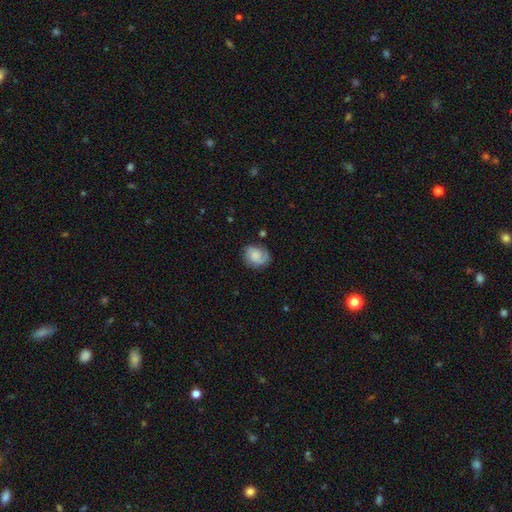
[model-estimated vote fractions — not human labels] A featured or disk galaxy (53%) with no bar (68%), spiral arms (90%) and no central bulge (37%).

Vote fractions:
- Smooth or featured? featured or disk: 53% / smooth: 39% / star or artifact: 8%
- Edge-on disk? no: 98% / yes: 2%
- Bar? no: 68% / weak: 28% / strong: 4%
- Spiral arms? yes: 90% / no: 10%
- Bulge size? none: 37% / small: 24% / moderate: 21% / large: 15% / dominant: 4%
- Merging? none: 68% / minor disturbance: 20% / major disturbance: 9% / merger: 2%